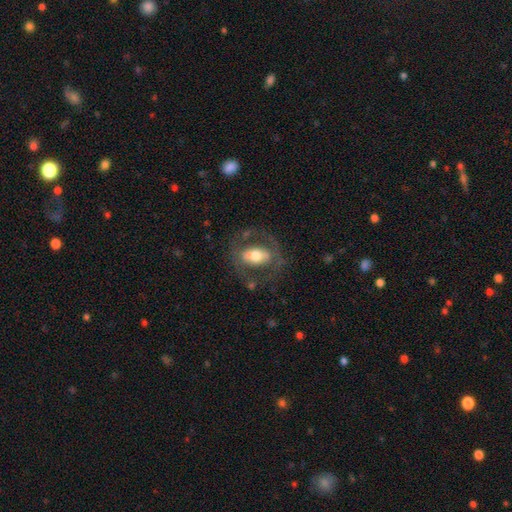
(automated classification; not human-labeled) smooth_or_featured: featured or disk (p=0.54) [alt: smooth p=0.39]
disk_edge_on: no (p=0.89) [alt: yes p=0.11]
merging: none (p=0.64) [alt: minor disturbance p=0.17]